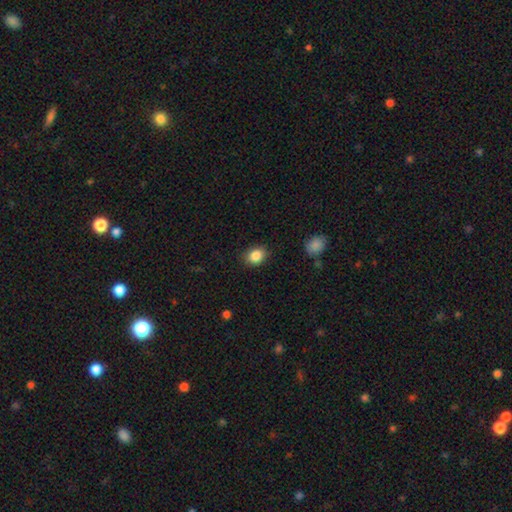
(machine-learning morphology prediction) type=smooth (87%); roundness=in between (56%); merging=none (85%).